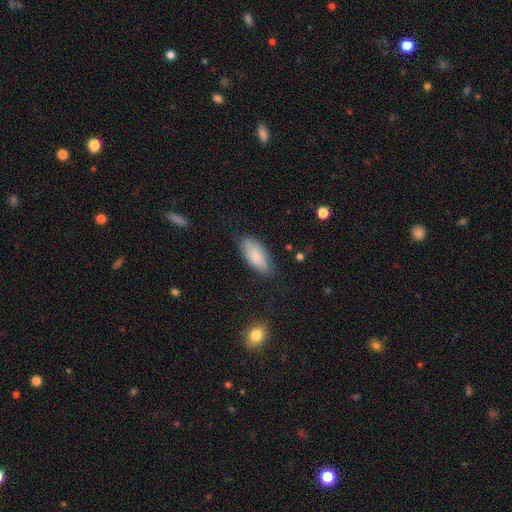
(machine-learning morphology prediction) Smooth or featured? smooth (78%)
How rounded? in between (87%)
Merging? none (75%)